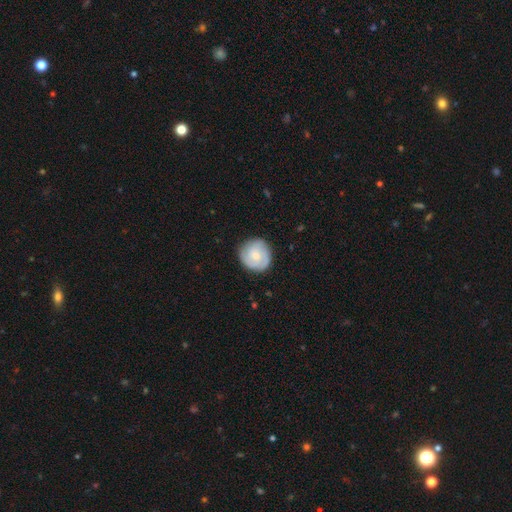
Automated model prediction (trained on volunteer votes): Q: Smooth or featured?
A: featured or disk (57%); runner-up: smooth (37%)
Q: Edge-on disk?
A: no (98%); runner-up: yes (2%)
Q: Bar?
A: no (76%); runner-up: weak (21%)
Q: Spiral arms?
A: yes (88%); runner-up: no (12%)
Q: Bulge size?
A: small (60%); runner-up: moderate (35%)
Q: Merging?
A: none (83%); runner-up: minor disturbance (13%)